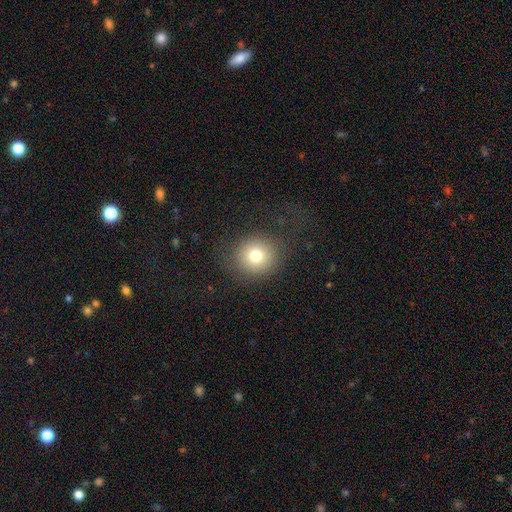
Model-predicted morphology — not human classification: A smooth galaxy with no disk features (76%) that is round (88%).

Vote fractions:
- Smooth or featured? smooth: 76% / star or artifact: 12% / featured or disk: 12%
- How rounded? round: 88% / in between: 11% / cigar-shaped: 1%
- Merging? none: 79% / minor disturbance: 11% / major disturbance: 9% / merger: 1%